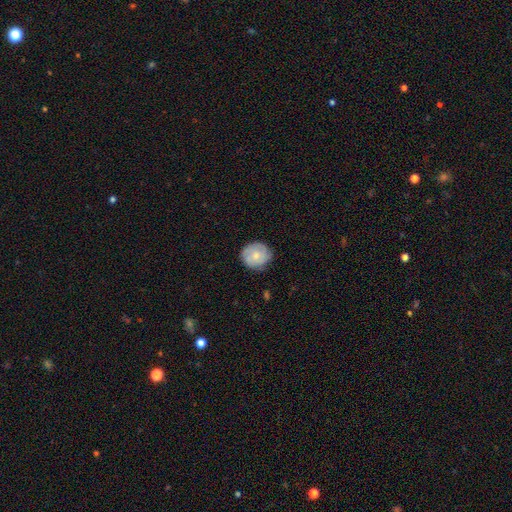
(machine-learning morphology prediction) Smooth or featured? Predicted: smooth (p=0.61). How rounded? Predicted: round (p=0.86). Merging? Predicted: none (p=0.79).